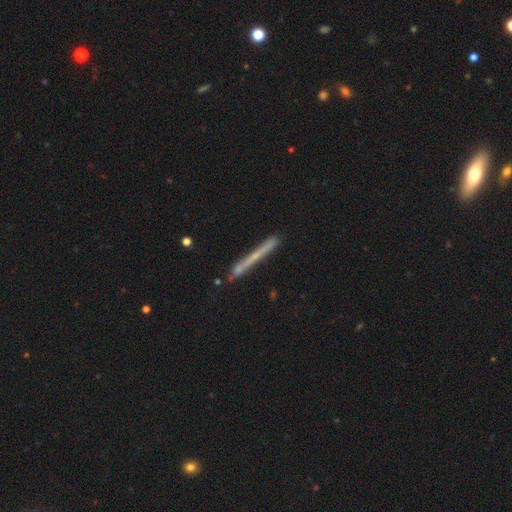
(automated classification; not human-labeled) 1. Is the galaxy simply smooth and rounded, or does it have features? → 48% featured or disk, 44% smooth, 8% star or artifact.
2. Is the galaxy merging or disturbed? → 77% none, 15% minor disturbance, 5% merger, 3% major disturbance.